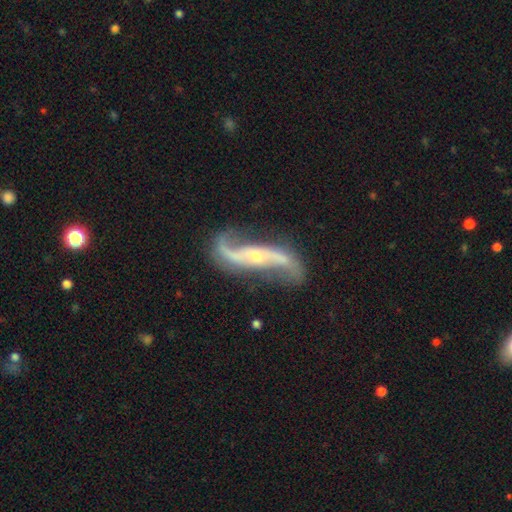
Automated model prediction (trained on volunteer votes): This is clearly a featured or disk galaxy (92%). It is clearly not viewed edge-on (90%). Bar: marginally no (40%). Spiral arm pattern: clearly yes (97%). Spiral arm count: clearly 2 (94%). Spiral winding: clearly loose (85%). Central bulge: likely small (62%). Merging: likely none (74%).